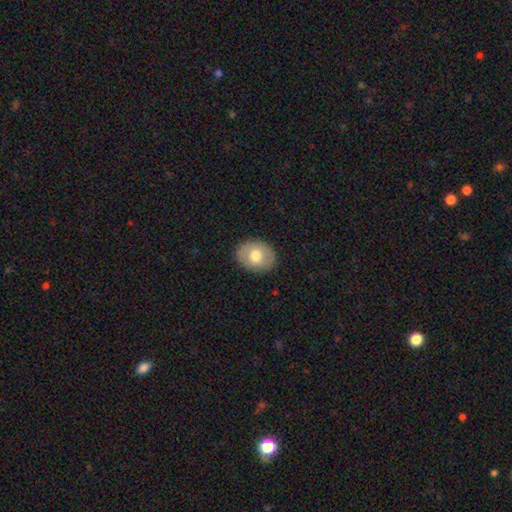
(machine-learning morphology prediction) Q: Smooth or featured?
A: smooth (69%); runner-up: featured or disk (25%)
Q: How rounded?
A: in between (54%); runner-up: round (45%)
Q: Merging?
A: none (88%); runner-up: minor disturbance (9%)